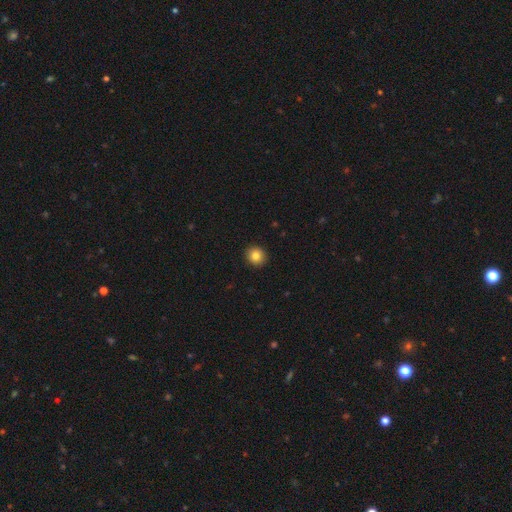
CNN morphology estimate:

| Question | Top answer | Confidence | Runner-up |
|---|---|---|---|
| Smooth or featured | smooth | 83% | star or artifact (10%) |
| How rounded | round | 89% | in between (10%) |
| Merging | none | 93% | minor disturbance (5%) |